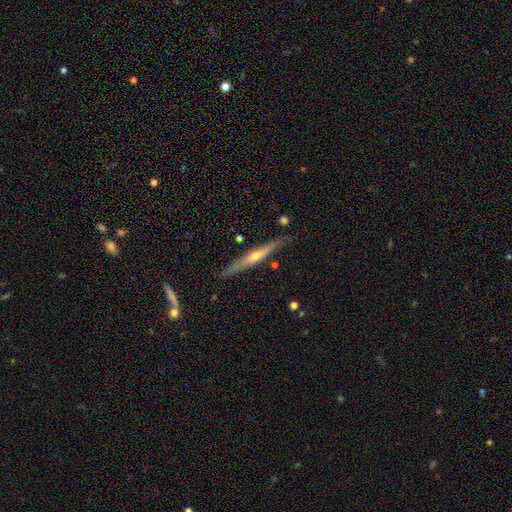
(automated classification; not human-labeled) featured or disk 75%, smooth 19%, star or artifact 6%. Down the decision tree: edge-on disk — yes (97%); edge-on bulge — rounded (79%); merging — none (86%).